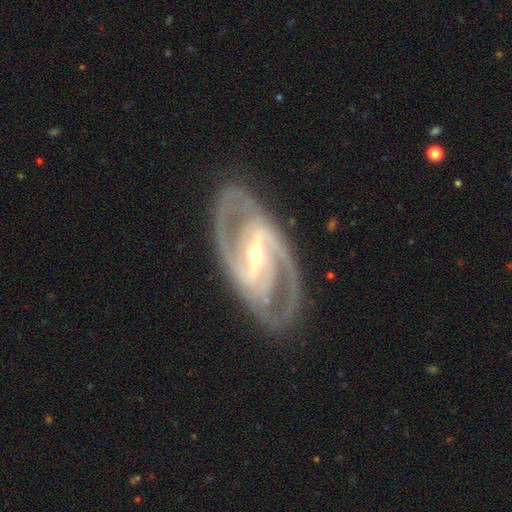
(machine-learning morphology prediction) A featured or disk galaxy (92%) with a strong bar (63%), 2 (72%) medium (51%) spiral arms (98%) and a small central bulge (58%).

Vote fractions:
- Smooth or featured? featured or disk: 92% / star or artifact: 4% / smooth: 3%
- Edge-on disk? no: 96% / yes: 4%
- Bar? strong: 63% / weak: 28% / no: 9%
- Spiral arms? yes: 98% / no: 2%
- Spiral winding? medium: 51% / tight: 39% / loose: 9%
- Spiral arm count? 2: 72% / 3: 15% / can't tell: 5% / 4: 3% / 1: 2% / more than 4: 2%
- Bulge size? small: 58% / moderate: 38% / large: 2% / none: 1% / dominant: 1%
- Merging? none: 82% / minor disturbance: 12% / major disturbance: 5% / merger: 1%